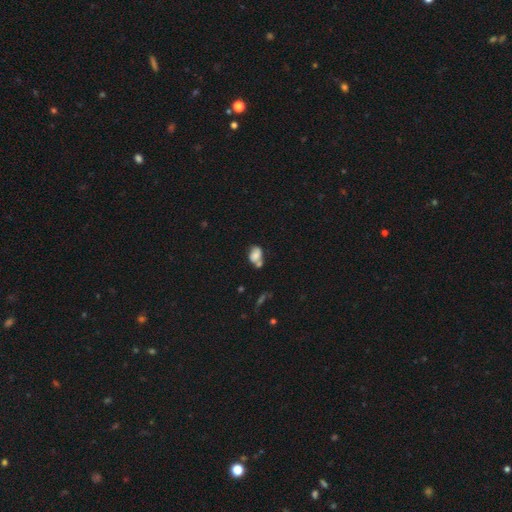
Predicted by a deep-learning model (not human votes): Smooth or featured? smooth (72%)
How rounded? in between (81%)
Merging? merger (37%)